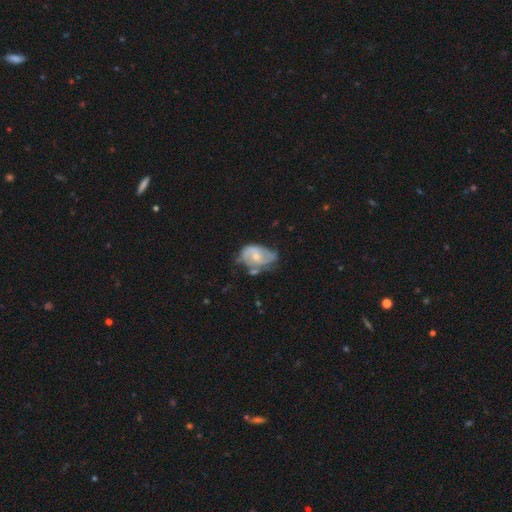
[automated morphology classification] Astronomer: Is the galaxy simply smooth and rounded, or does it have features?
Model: featured or disk — 65%.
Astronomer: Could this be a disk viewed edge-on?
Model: no — 97%.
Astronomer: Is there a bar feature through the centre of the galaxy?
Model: no — 56% (runner-up: weak, 37%).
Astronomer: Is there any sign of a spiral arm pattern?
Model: yes — 75%.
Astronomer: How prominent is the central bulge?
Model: small — 47% (runner-up: moderate, 46%).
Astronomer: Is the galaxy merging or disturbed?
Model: none — 36% (runner-up: minor disturbance, 33%).